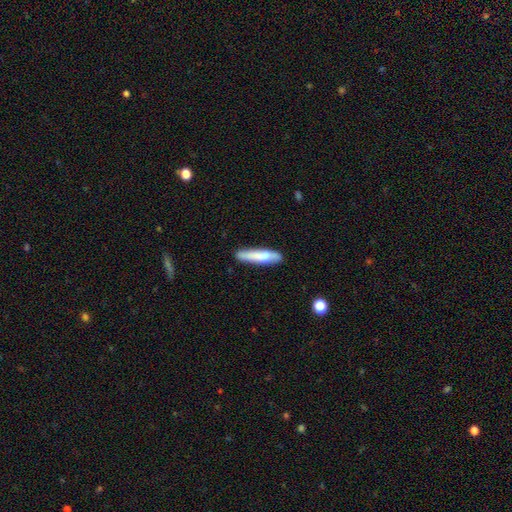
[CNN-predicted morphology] smooth 73%, featured or disk 21%, star or artifact 6%. Down the decision tree: how rounded — cigar-shaped (83%); merging — none (75%).